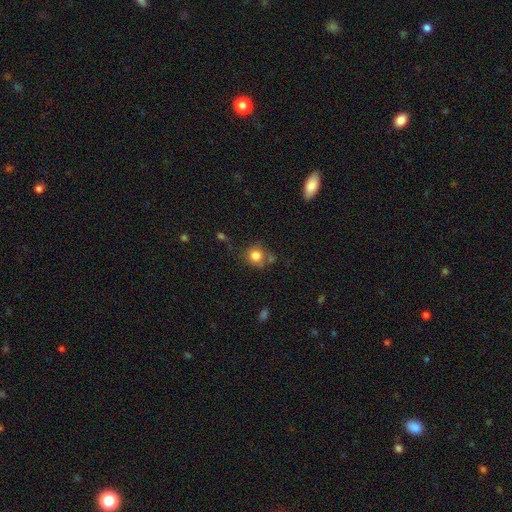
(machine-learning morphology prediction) A smooth galaxy with no disk features (82%) that is round (87%).

Vote fractions:
- Smooth or featured? smooth: 82% / star or artifact: 10% / featured or disk: 8%
- How rounded? round: 87% / in between: 12% / cigar-shaped: 1%
- Merging? none: 64% / minor disturbance: 17% / merger: 11% / major disturbance: 7%